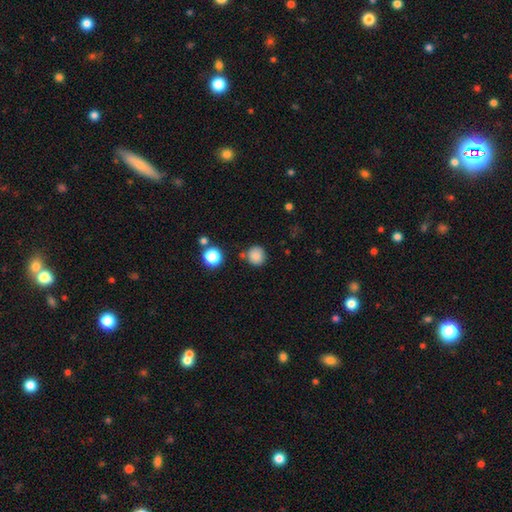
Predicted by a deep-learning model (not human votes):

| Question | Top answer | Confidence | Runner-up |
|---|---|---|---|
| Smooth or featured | smooth | 84% | star or artifact (11%) |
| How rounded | round | 91% | in between (8%) |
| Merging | none | 78% | minor disturbance (12%) |